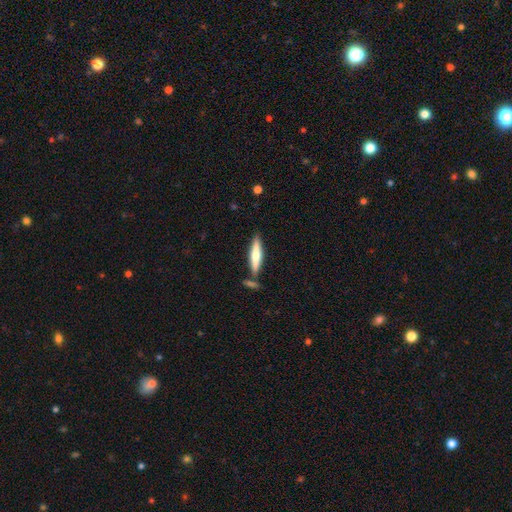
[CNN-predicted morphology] A smooth galaxy with no disk features (57%) that is cigar-shaped (83%). Merging: none (74%).